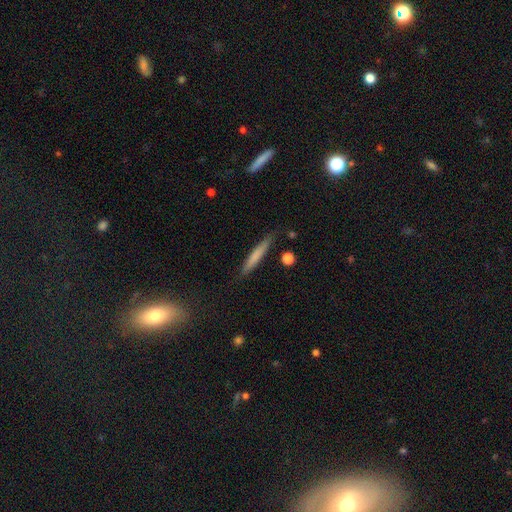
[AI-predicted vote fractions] smooth-or-featured: smooth: 70% | featured or disk: 24% | star or artifact: 6%
  how-rounded: cigar-shaped: 95% | in between: 4% | round: 1%
  merging: none: 84% | minor disturbance: 11% | major disturbance: 2% | merger: 2%